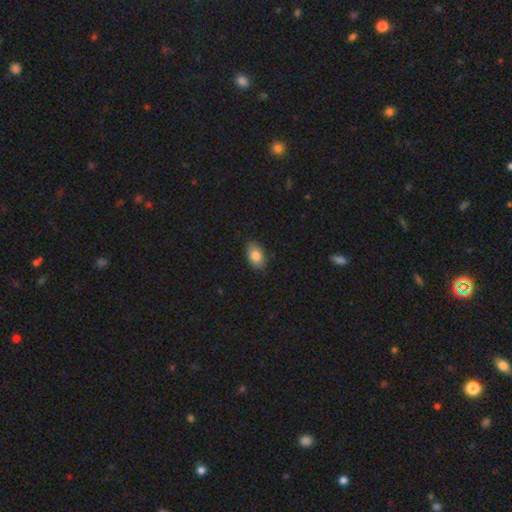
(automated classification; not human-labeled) Smooth or featured?
  - smooth: 82% *
  - featured or disk: 10%
  - star or artifact: 8%
How rounded?
  - in between: 85% *
  - round: 14%
  - cigar-shaped: 2%
Merging?
  - none: 81% *
  - minor disturbance: 15%
  - major disturbance: 2%
  - merger: 1%